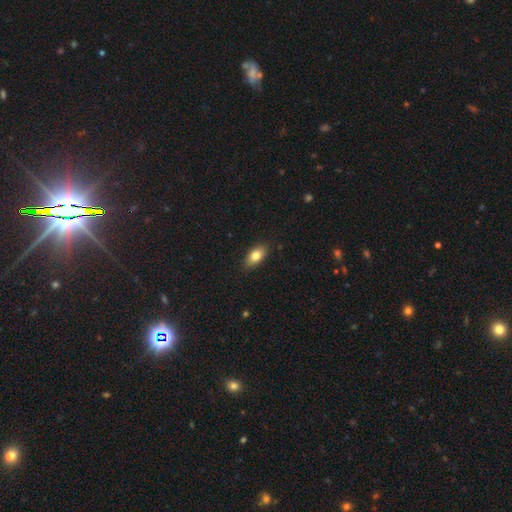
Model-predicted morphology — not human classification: Smooth or featured? Predicted: smooth (p=0.80). How rounded? Predicted: in between (p=0.89). Merging? Predicted: none (p=0.85).